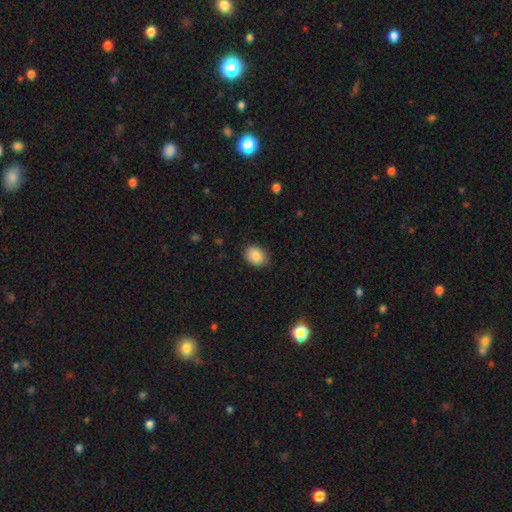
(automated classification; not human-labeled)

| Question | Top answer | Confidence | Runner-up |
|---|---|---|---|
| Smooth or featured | smooth | 86% | star or artifact (8%) |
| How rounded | in between | 71% | round (28%) |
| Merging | none | 83% | minor disturbance (13%) |